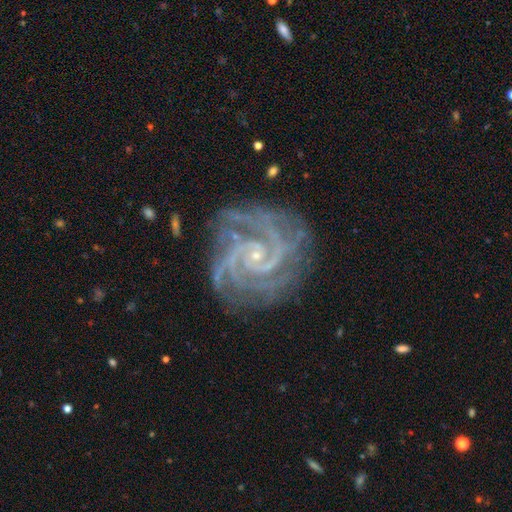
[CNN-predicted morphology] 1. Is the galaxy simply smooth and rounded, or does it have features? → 92% featured or disk, 5% star or artifact, 2% smooth.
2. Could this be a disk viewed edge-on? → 98% no, 2% yes.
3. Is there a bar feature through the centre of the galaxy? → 62% no, 26% weak, 11% strong.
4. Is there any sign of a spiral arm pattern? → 99% yes, 1% no.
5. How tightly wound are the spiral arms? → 69% tight, 28% medium, 3% loose.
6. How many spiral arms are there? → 35% 2, 26% 3, 15% 4, 9% can't tell, 8% more than 4, 7% 1.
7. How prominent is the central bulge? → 87% small, 8% moderate, 3% none, 1% large, 1% dominant.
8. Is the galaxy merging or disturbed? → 77% none, 16% minor disturbance, 6% major disturbance, 2% merger.